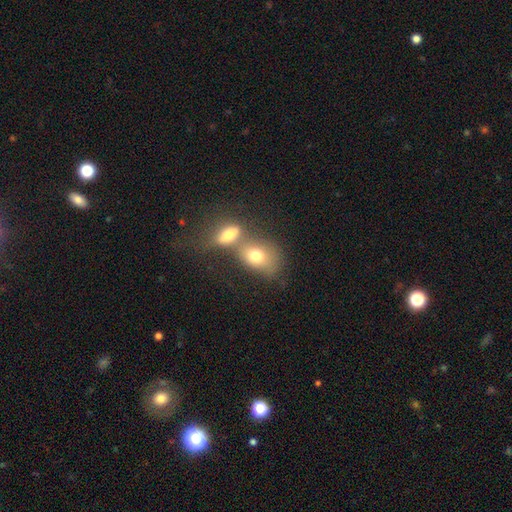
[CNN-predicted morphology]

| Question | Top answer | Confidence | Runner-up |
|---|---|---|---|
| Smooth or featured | smooth | 73% | featured or disk (18%) |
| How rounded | in between | 72% | round (26%) |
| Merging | merger | 49% | none (33%) |